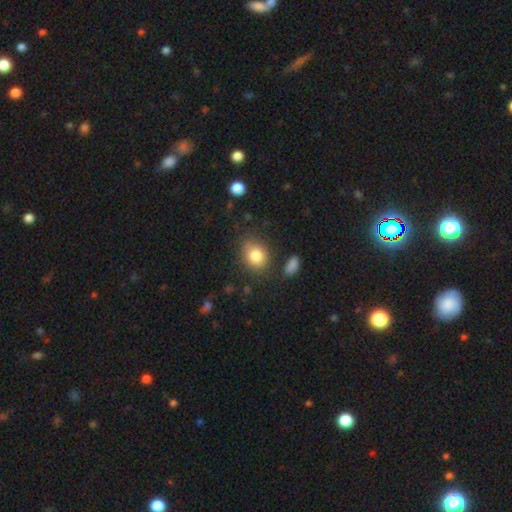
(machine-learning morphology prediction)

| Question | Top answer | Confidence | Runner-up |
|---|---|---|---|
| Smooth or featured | smooth | 82% | star or artifact (9%) |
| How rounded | round | 60% | in between (39%) |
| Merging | none | 76% | minor disturbance (15%) |